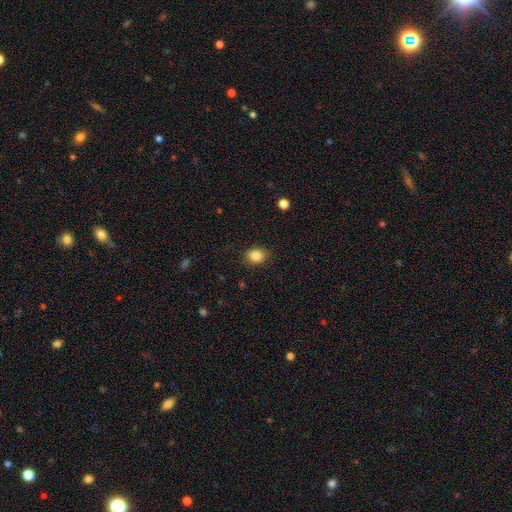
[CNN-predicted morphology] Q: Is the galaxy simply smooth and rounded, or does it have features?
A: smooth — 86%.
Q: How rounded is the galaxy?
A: round — 50%.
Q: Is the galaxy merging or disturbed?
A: none — 84%.